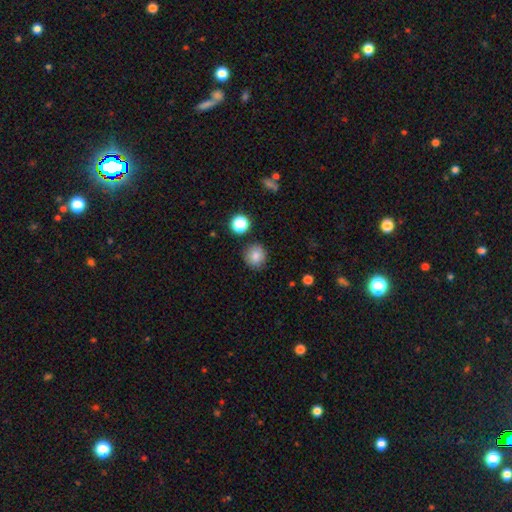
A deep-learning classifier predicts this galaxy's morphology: Smooth or featured? smooth (83%)
How rounded? round (91%)
Merging? none (88%)